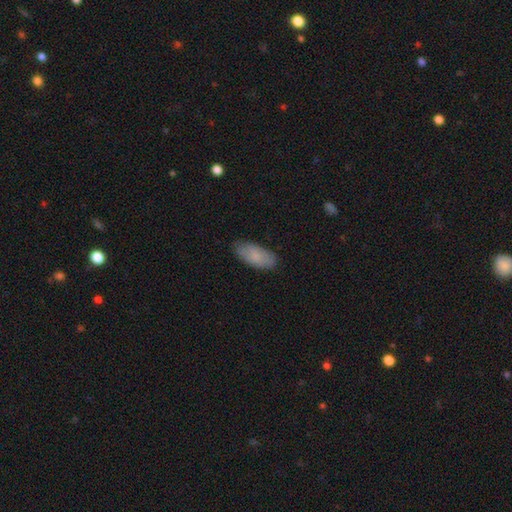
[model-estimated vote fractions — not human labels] smooth-or-featured: smooth: 82% | featured or disk: 12% | star or artifact: 6%
  how-rounded: in between: 88% | cigar-shaped: 10% | round: 2%
  merging: none: 81% | minor disturbance: 15% | major disturbance: 3% | merger: 1%